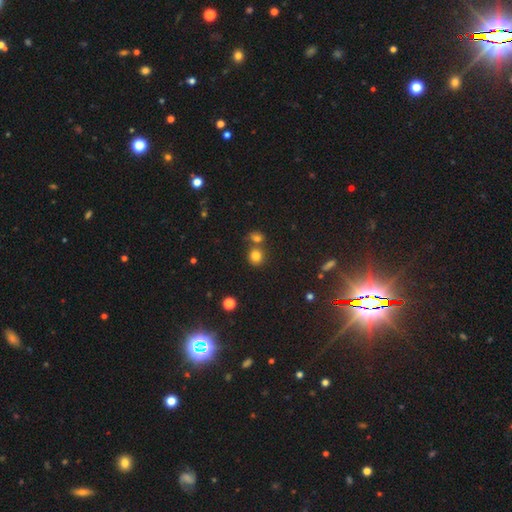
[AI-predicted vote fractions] Overall: smooth (79%). How rounded: round (84%). Merging: none (62%; merger 26%).